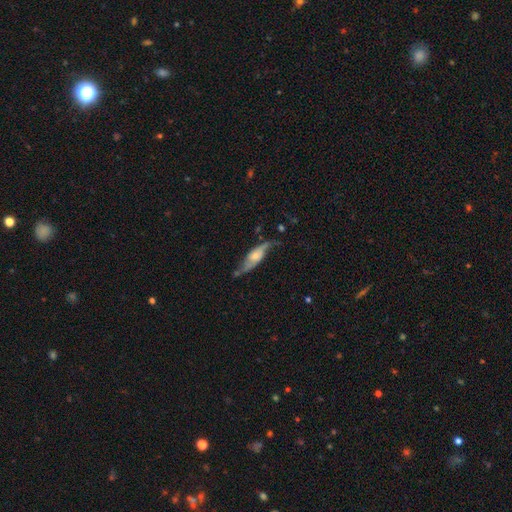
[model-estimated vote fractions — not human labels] smooth-or-featured: featured or disk: 67% | smooth: 27% | star or artifact: 6%
  disk-edge-on: no: 71% | yes: 29%
  merging: none: 55% | minor disturbance: 26% | major disturbance: 14% | merger: 4%